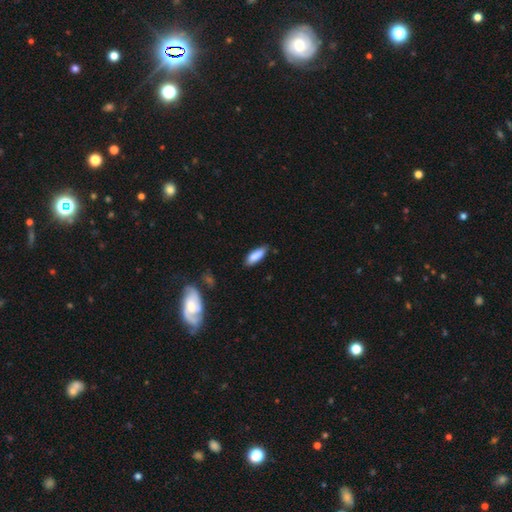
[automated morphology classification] type=smooth (85%); roundness=in between (57%); merging=none (77%).